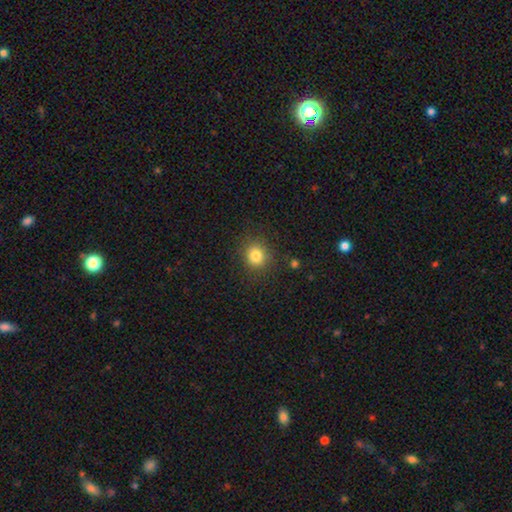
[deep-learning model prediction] Q: Smooth or featured?
A: smooth (82%); runner-up: star or artifact (12%)
Q: How rounded?
A: round (83%); runner-up: in between (16%)
Q: Merging?
A: none (86%); runner-up: minor disturbance (9%)